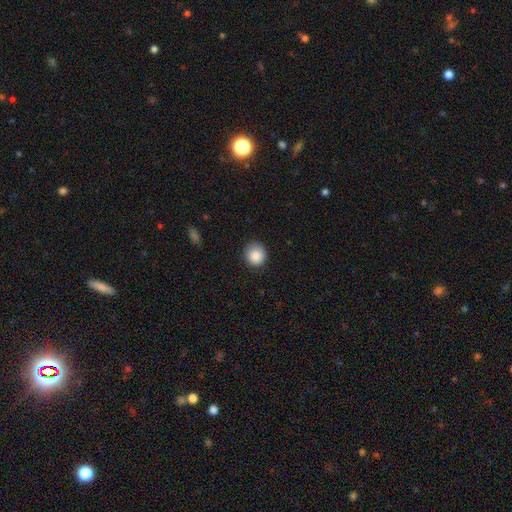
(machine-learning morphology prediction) Overall: smooth (88%). How rounded: round (90%). Merging: none (85%).